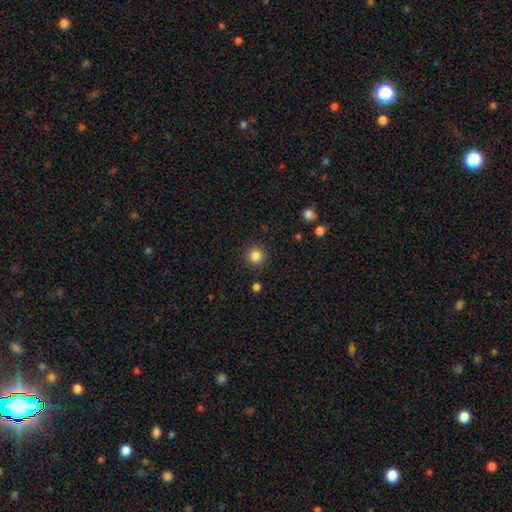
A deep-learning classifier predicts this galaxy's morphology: This appears to be a smooth galaxy with no disk features (85%) that is round (94%). Merging: none (91%).